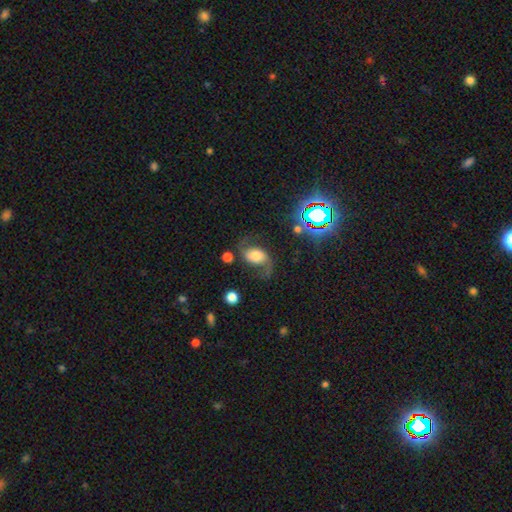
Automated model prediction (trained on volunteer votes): Overall: featured or disk (72%). Edge-on disk: no (97%). Bar: no (58%; weak 31%). Spiral arms: yes (94%). Spiral arm count: 2 (91%). Spiral winding: loose (72%). Bulge size: large (36%; moderate 35%). Merging: none (64%).